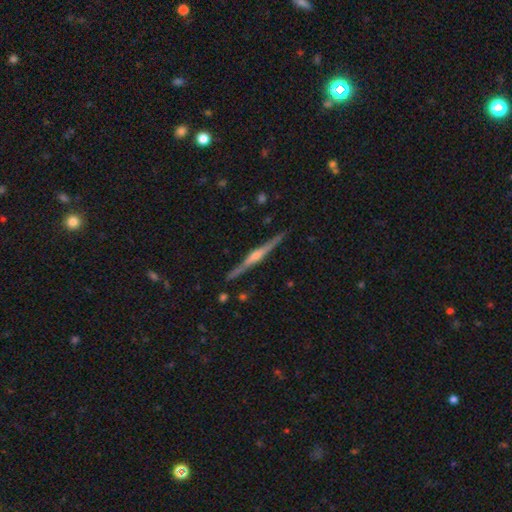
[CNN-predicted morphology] This appears to be a featured or disk galaxy (86%) viewed edge-on (99%) with a rounded central bulge (85%). Merging: none (92%).